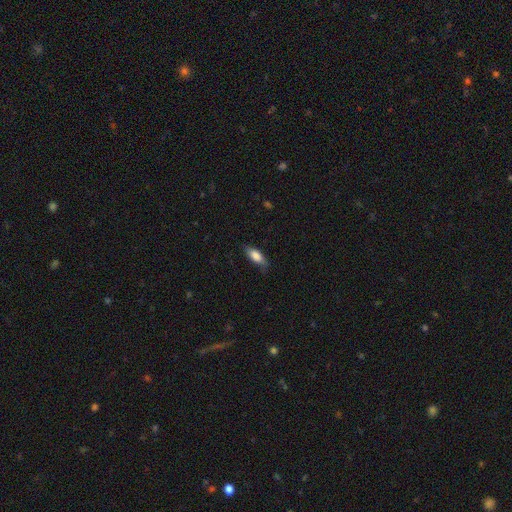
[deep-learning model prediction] Smooth or featured?
  - smooth: 80% *
  - featured or disk: 13%
  - star or artifact: 7%
How rounded?
  - in between: 79% *
  - cigar-shaped: 18%
  - round: 3%
Merging?
  - none: 71% *
  - minor disturbance: 23%
  - major disturbance: 5%
  - merger: 1%